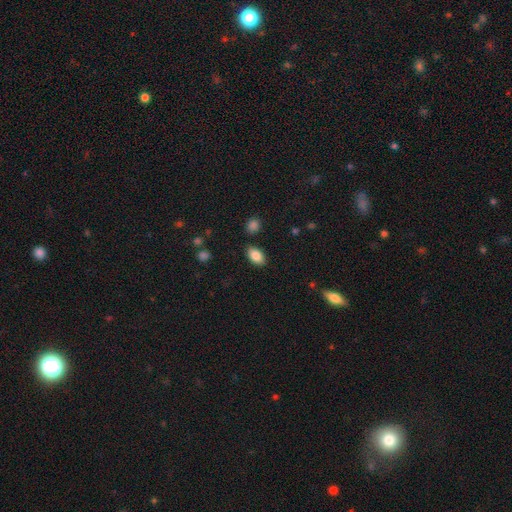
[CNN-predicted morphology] smooth_or_featured: smooth (p=0.86) [alt: star or artifact p=0.08]
how_rounded: in between (p=0.92) [alt: round p=0.07]
merging: none (p=0.85) [alt: minor disturbance p=0.10]